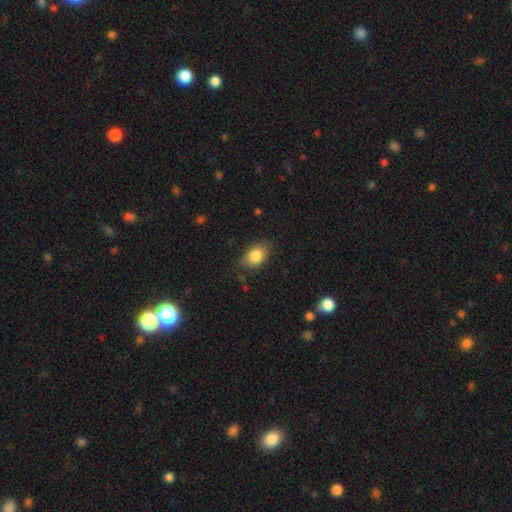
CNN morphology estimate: A smooth galaxy with no disk features (83%) that is in between round and cigar-shaped (78%).

Vote fractions:
- Smooth or featured? smooth: 83% / featured or disk: 9% / star or artifact: 8%
- How rounded? in between: 78% / round: 20% / cigar-shaped: 2%
- Merging? none: 73% / minor disturbance: 21% / major disturbance: 5% / merger: 1%